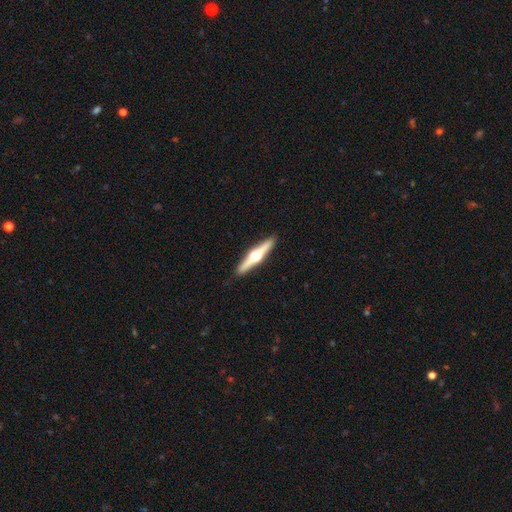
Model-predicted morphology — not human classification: Q: Smooth or featured?
A: featured or disk (76%); runner-up: smooth (20%)
Q: Edge-on disk?
A: yes (98%); runner-up: no (2%)
Q: Edge-on bulge?
A: rounded (97%); runner-up: boxy (2%)
Q: Merging?
A: none (92%); runner-up: minor disturbance (6%)